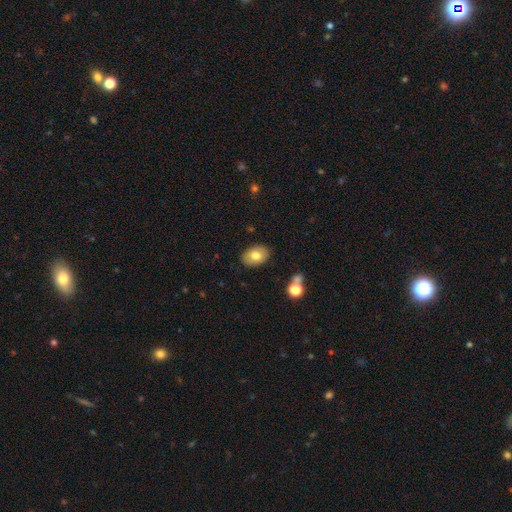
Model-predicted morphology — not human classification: type=smooth (76%); roundness=in between (82%); merging=none (86%).